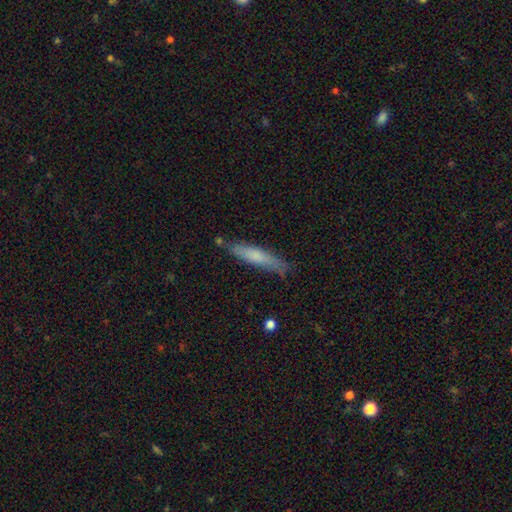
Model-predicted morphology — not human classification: Q: Smooth or featured?
A: smooth (69%); runner-up: featured or disk (25%)
Q: How rounded?
A: cigar-shaped (88%); runner-up: in between (11%)
Q: Merging?
A: none (79%); runner-up: minor disturbance (15%)